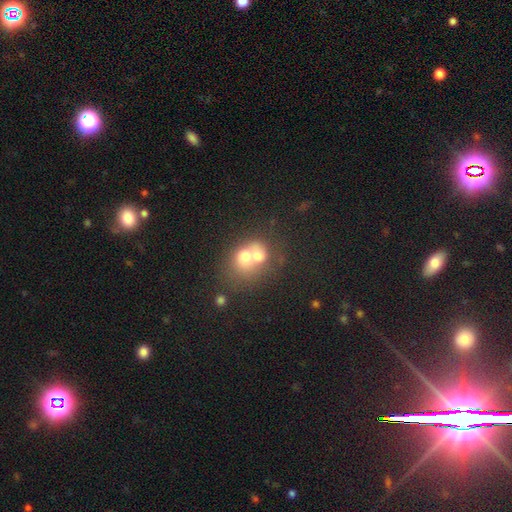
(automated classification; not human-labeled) The model was most divided on "how rounded": round: 59%, in between: 40%, cigar-shaped: 1%. More confident: merging — merger (71%); smooth or featured — smooth (58%).